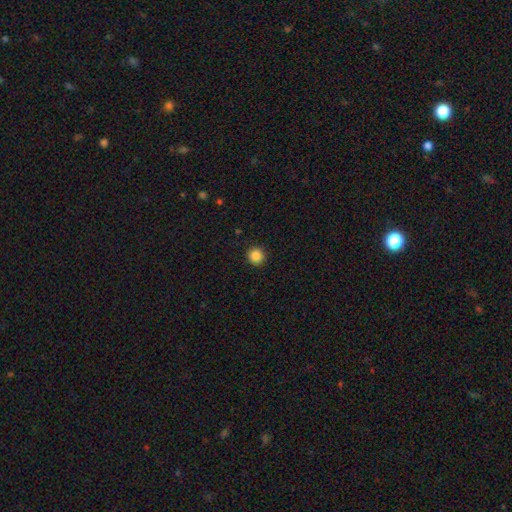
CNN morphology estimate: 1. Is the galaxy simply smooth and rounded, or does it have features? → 86% smooth, 11% star or artifact, 3% featured or disk.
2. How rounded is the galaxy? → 95% round, 4% in between, 1% cigar-shaped.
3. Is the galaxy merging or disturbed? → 92% none, 5% minor disturbance, 2% major disturbance, 1% merger.